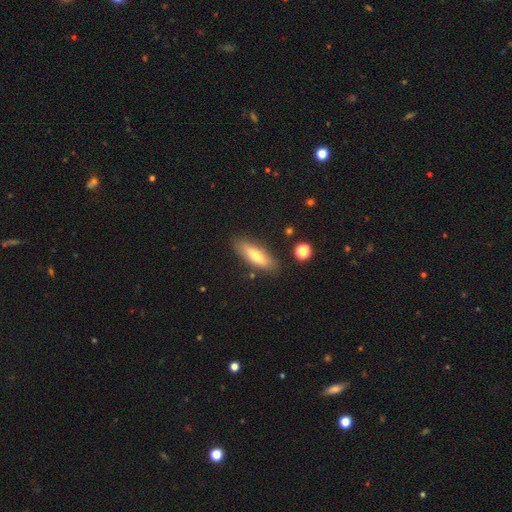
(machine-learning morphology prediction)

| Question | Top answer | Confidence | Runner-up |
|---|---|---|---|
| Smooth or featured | smooth | 59% | featured or disk (34%) |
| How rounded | cigar-shaped | 50% | in between (48%) |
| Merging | none | 83% | minor disturbance (11%) |